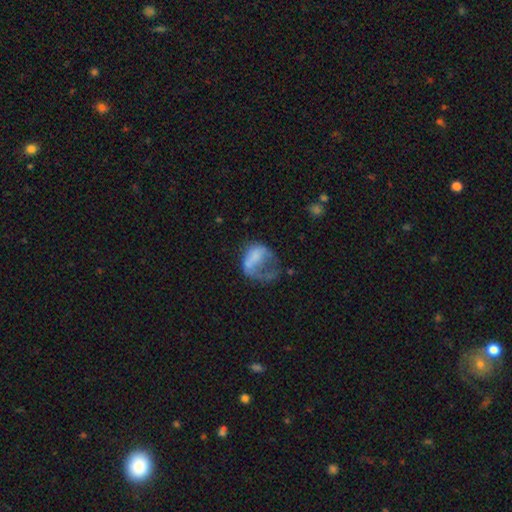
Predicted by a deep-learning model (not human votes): Smooth or featured? smooth (48%)
Merging? major disturbance (57%)